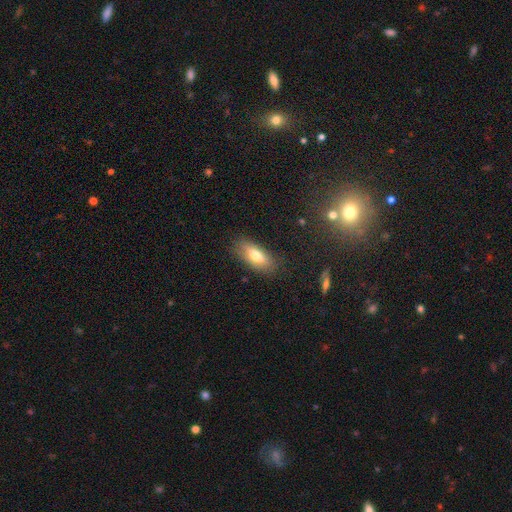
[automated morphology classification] A smooth galaxy with no disk features (70%) that is in between round and cigar-shaped (76%). Merging: none (82%).